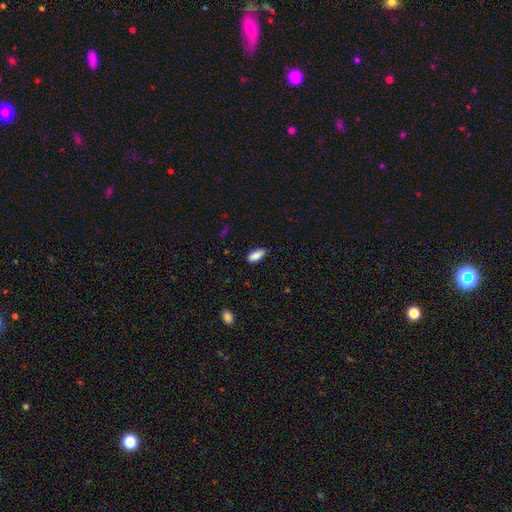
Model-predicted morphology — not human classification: smooth 88%, star or artifact 7%, featured or disk 5%. Down the decision tree: how rounded — in between (85%); merging — none (80%).